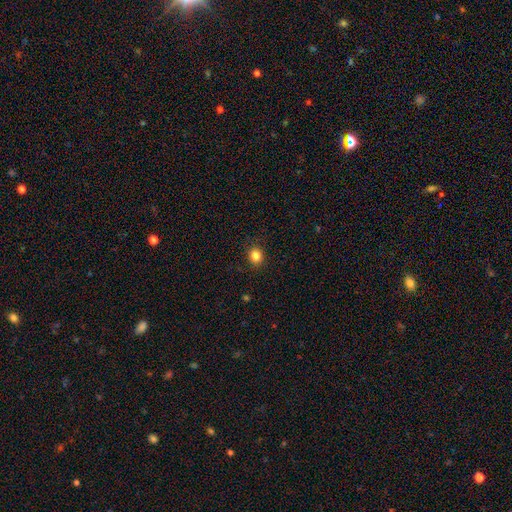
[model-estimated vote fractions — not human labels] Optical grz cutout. It shows a smooth galaxy with no disk features (85%) that is round (73%). Merging: none (89%).